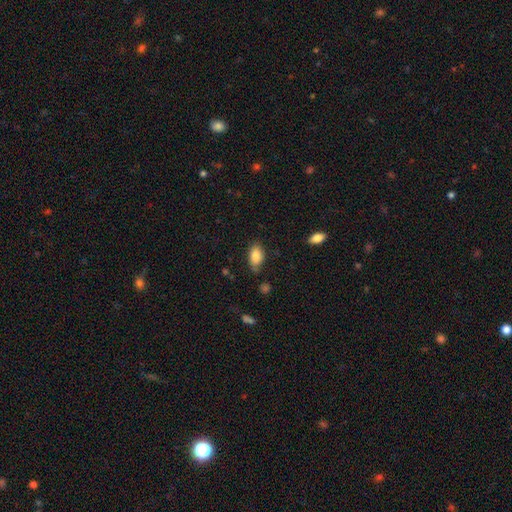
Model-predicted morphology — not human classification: smooth 85%, star or artifact 7%, featured or disk 7%. Down the decision tree: how rounded — in between (92%); merging — none (75%).